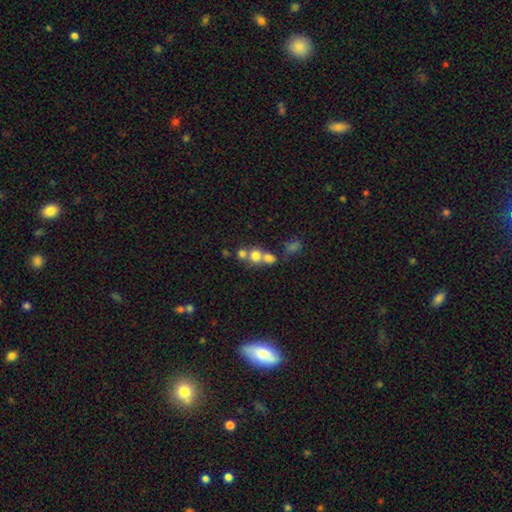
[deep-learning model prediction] A smooth galaxy with no disk features (69%) that is round (77%). Merging: merger (58%).